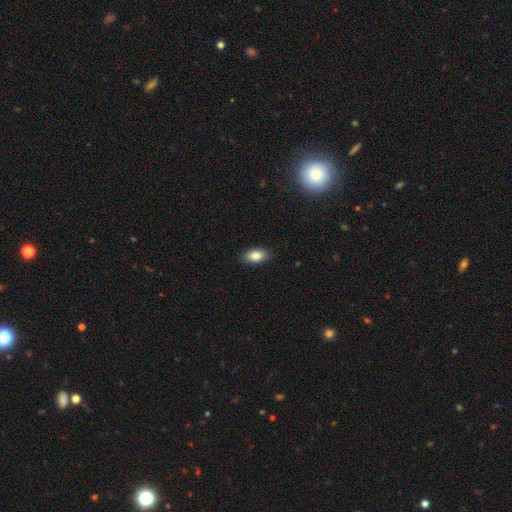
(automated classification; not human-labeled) Smooth or featured: smooth — 84% (featured or disk — 8%)
How rounded: in between — 91% (round — 5%)
Merging: none — 89% (minor disturbance — 9%)